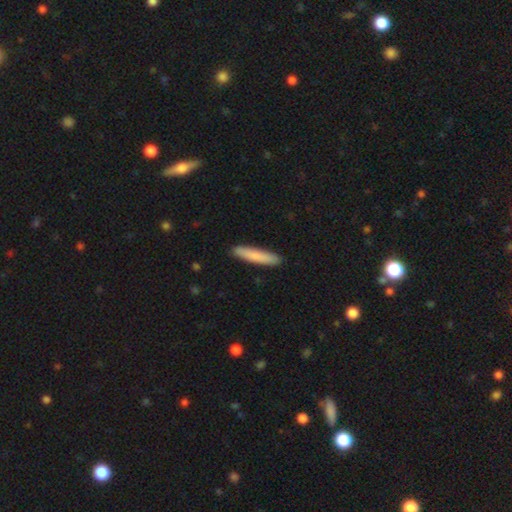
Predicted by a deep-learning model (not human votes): The model was most divided on "smooth or featured": smooth: 83%, featured or disk: 12%, star or artifact: 5%. More confident: how rounded — cigar-shaped (91%); merging — none (90%).